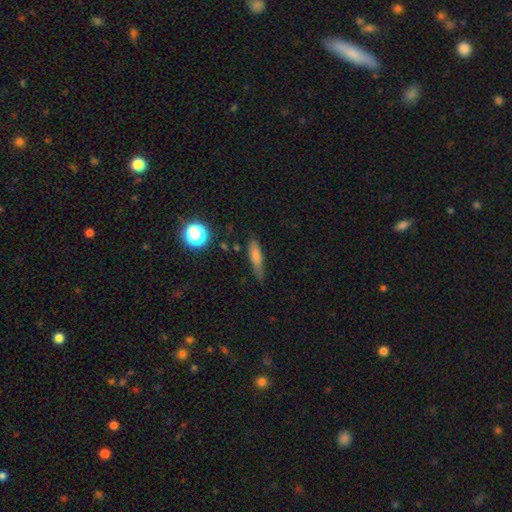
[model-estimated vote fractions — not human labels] smooth-or-featured: smooth: 65% | featured or disk: 23% | star or artifact: 12%
  how-rounded: cigar-shaped: 73% | in between: 22% | round: 5%
  merging: none: 74% | minor disturbance: 20% | major disturbance: 4% | merger: 2%